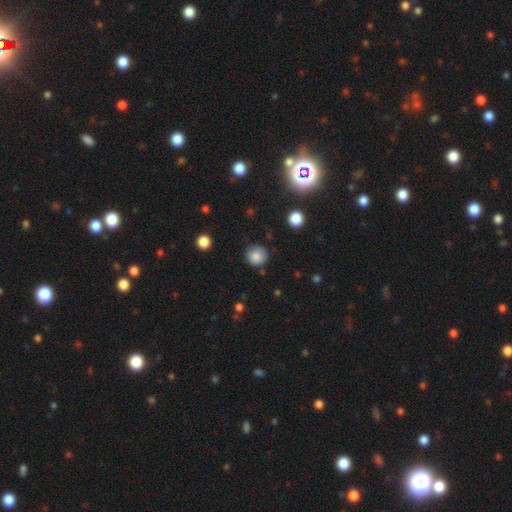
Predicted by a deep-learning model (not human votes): A smooth galaxy with no disk features (83%) that is round (90%). Merging: none (77%).